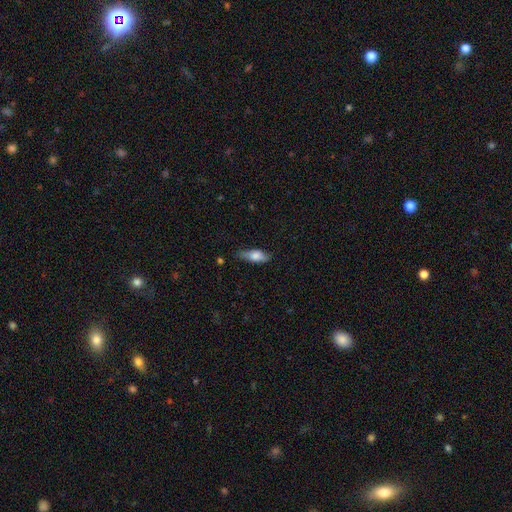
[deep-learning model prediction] Overall: smooth (68%). How rounded: in between (67%; cigar-shaped 30%). Merging: none (72%).